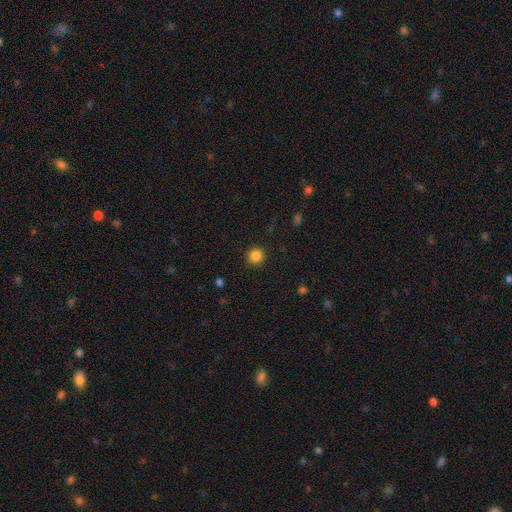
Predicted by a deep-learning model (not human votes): Morphology: type=smooth (85%); roundness=round (94%); merging=none (92%).